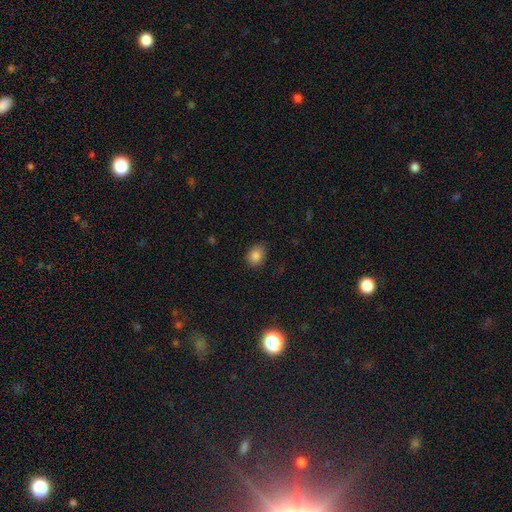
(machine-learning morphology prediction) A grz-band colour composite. It shows a smooth galaxy with no disk features (84%) that is in between round and cigar-shaped (54%). Merging: none (78%).